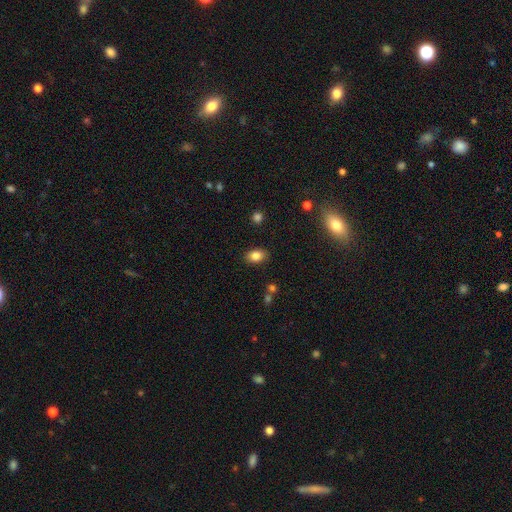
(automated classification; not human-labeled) This appears to be a smooth galaxy with no disk features (84%) that is in between round and cigar-shaped (84%). Merging: none (86%).